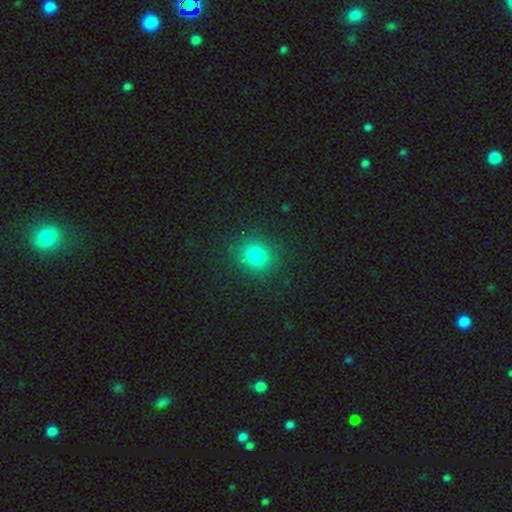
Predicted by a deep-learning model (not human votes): Morphology: type=smooth (79%); roundness=round (80%); merging=none (88%).